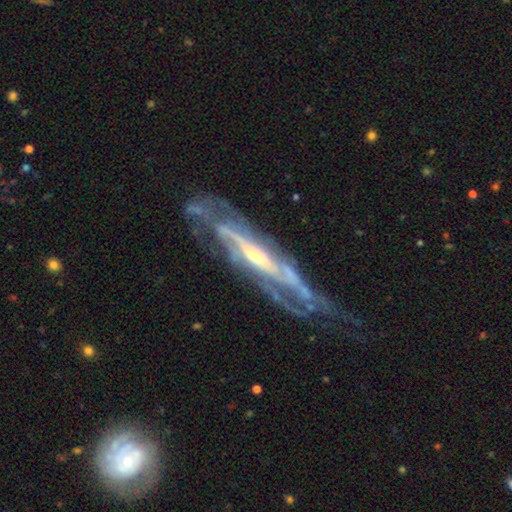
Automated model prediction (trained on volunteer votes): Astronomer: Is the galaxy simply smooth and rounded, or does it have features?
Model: featured or disk — 87%.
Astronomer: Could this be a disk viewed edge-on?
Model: no — 61% (runner-up: yes, 39%).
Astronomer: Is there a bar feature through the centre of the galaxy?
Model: strong — 36% (runner-up: no, 33%).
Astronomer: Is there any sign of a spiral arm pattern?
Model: yes — 91%.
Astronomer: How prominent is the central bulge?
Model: small — 47% (runner-up: moderate, 44%).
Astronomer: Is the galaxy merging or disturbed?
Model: none — 59%.